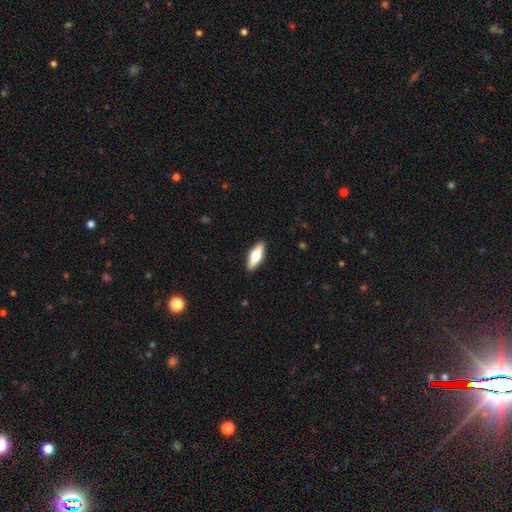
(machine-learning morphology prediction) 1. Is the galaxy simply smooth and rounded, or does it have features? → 65% smooth, 29% featured or disk, 5% star or artifact.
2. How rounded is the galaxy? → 63% in between, 34% cigar-shaped, 2% round.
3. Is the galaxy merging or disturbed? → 90% none, 7% minor disturbance, 2% major disturbance, 1% merger.